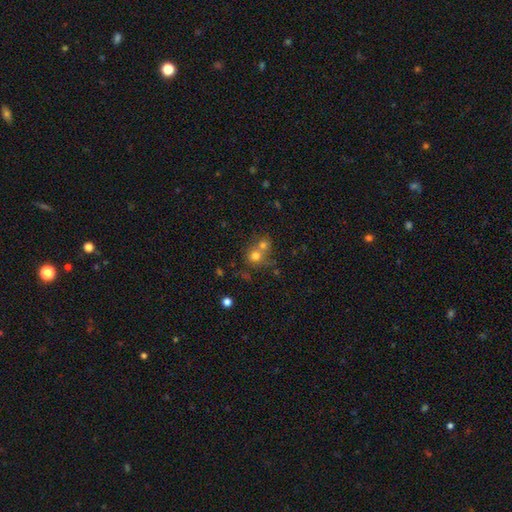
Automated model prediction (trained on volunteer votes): Smooth or featured? smooth (72%)
How rounded? round (82%)
Merging? merger (52%)